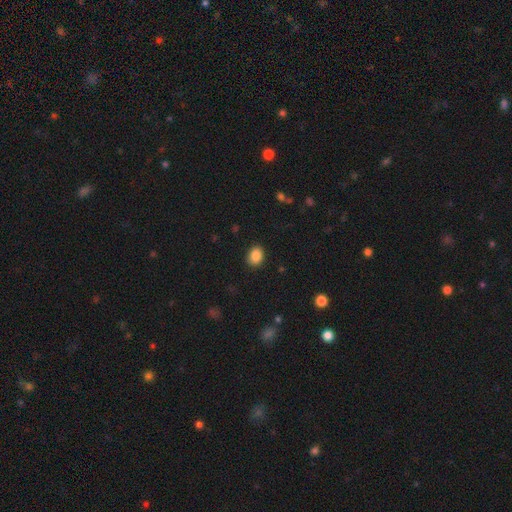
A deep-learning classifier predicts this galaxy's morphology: type=smooth (87%); roundness=in between (61%); merging=none (89%).